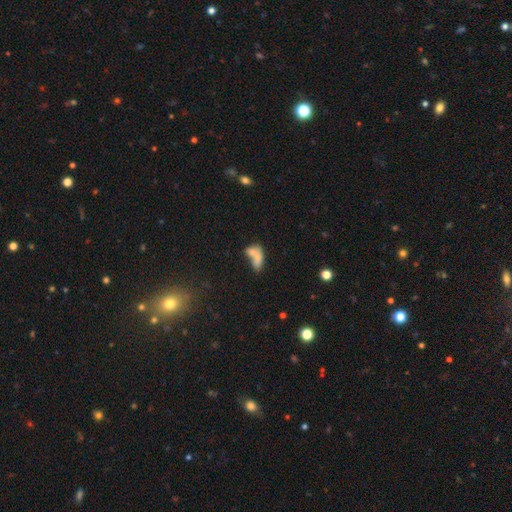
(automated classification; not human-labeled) Smooth or featured? smooth (70%)
How rounded? in between (78%)
Merging? merger (57%)